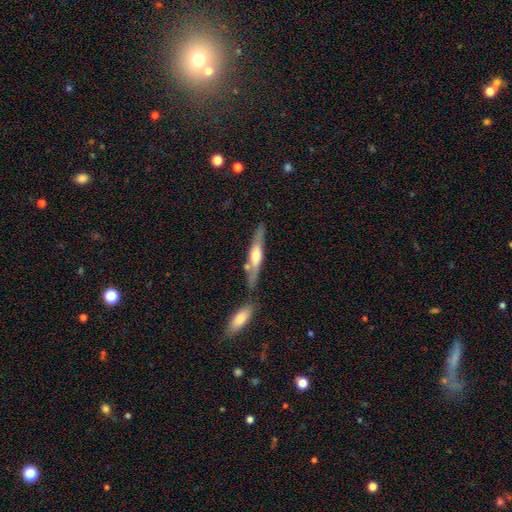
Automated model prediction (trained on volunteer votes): A featured or disk galaxy (55%) viewed edge-on (89%).

Vote fractions:
- Smooth or featured? featured or disk: 55% / smooth: 40% / star or artifact: 5%
- Edge-on disk? yes: 89% / no: 11%
- Merging? none: 67% / merger: 15% / minor disturbance: 14% / major disturbance: 4%